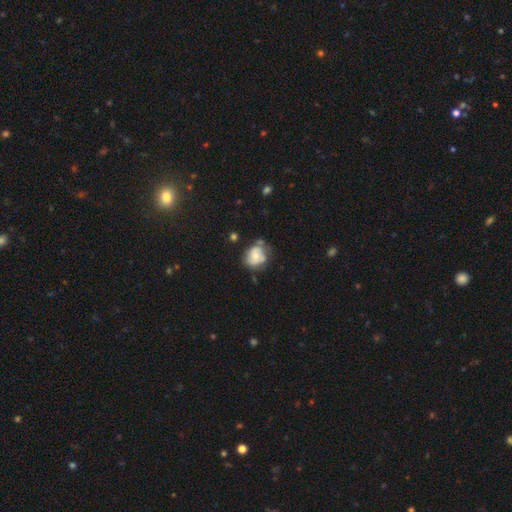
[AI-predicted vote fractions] smooth_or_featured: featured or disk (p=0.48) [alt: smooth p=0.43]
merging: none (p=0.52) [alt: minor disturbance p=0.29]